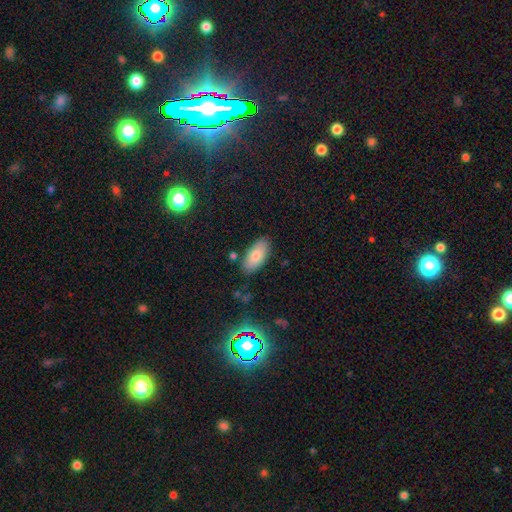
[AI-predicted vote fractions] smooth-or-featured: smooth: 79% | featured or disk: 13% | star or artifact: 8%
  how-rounded: in between: 90% | cigar-shaped: 7% | round: 2%
  merging: none: 81% | minor disturbance: 13% | merger: 3% | major disturbance: 3%